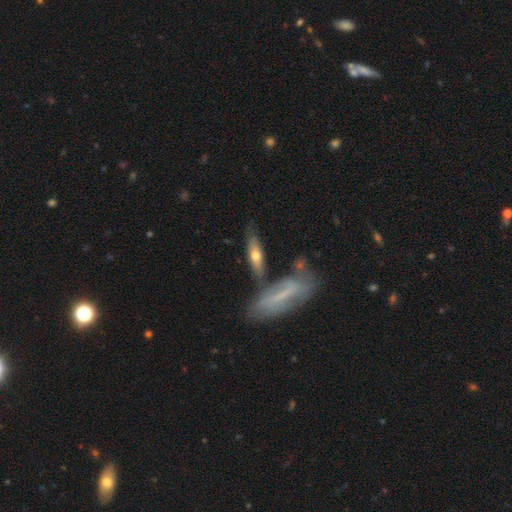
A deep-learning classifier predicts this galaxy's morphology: Smooth or featured: smooth — 50% (featured or disk — 44%)
Merging: none — 62% (merger — 17%)